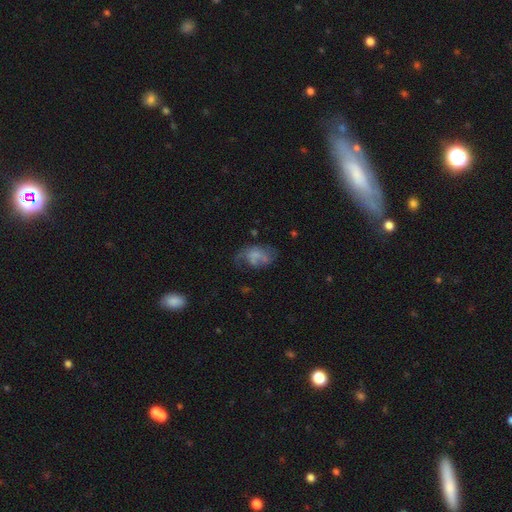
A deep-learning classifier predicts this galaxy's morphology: This appears to be a smooth galaxy with no disk features (47%). Merging: major disturbance (34%).